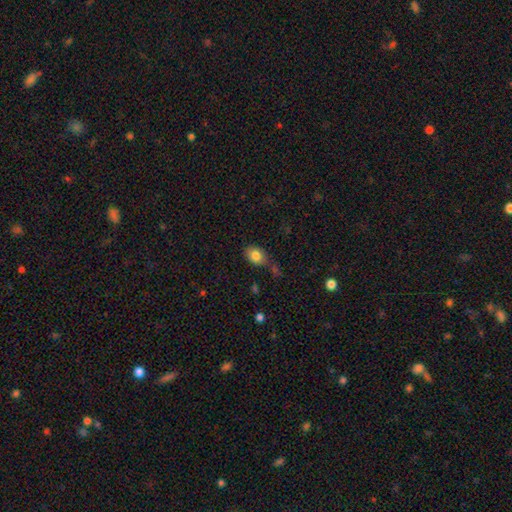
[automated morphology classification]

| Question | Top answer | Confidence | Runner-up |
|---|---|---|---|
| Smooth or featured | smooth | 83% | star or artifact (9%) |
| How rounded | in between | 70% | round (29%) |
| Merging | none | 65% | minor disturbance (20%) |